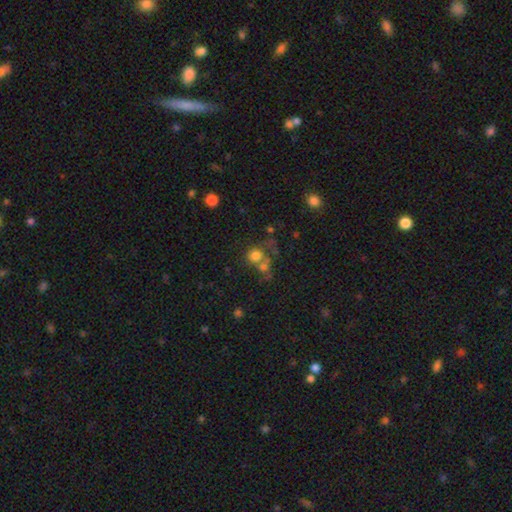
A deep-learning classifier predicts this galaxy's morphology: A smooth galaxy with no disk features (71%) that is round (84%).

Vote fractions:
- Smooth or featured? smooth: 71% / star or artifact: 16% / featured or disk: 14%
- How rounded? round: 84% / in between: 15% / cigar-shaped: 1%
- Merging? none: 43% / merger: 40% / minor disturbance: 9% / major disturbance: 8%